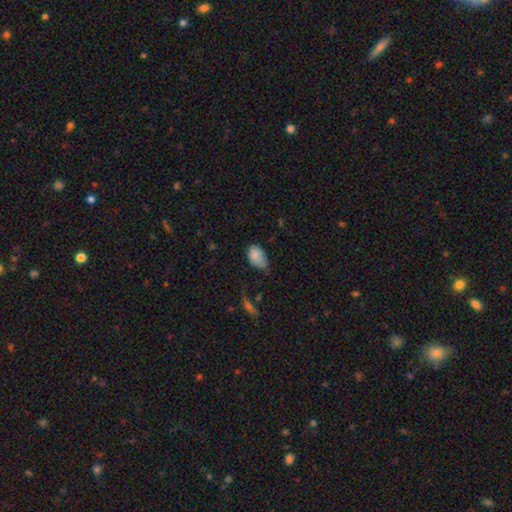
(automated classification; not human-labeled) Morphology: type=smooth (84%); roundness=in between (89%); merging=minor disturbance (45%).